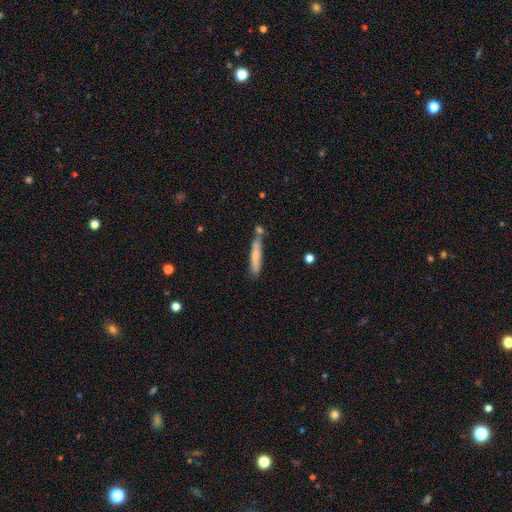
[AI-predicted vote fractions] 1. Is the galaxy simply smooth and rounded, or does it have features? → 71% smooth, 22% featured or disk, 6% star or artifact.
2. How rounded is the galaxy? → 91% cigar-shaped, 7% in between, 1% round.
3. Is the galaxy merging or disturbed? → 64% none, 18% minor disturbance, 14% merger, 4% major disturbance.